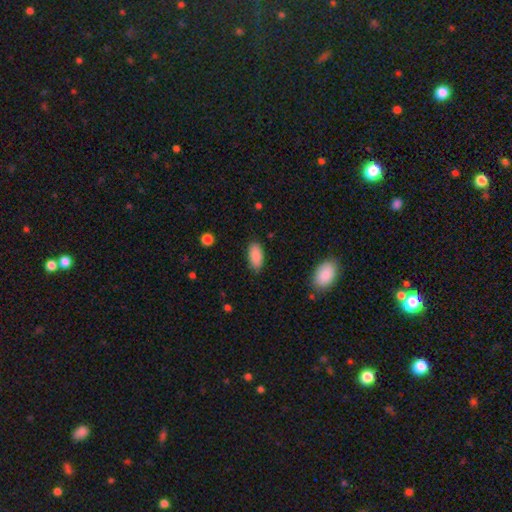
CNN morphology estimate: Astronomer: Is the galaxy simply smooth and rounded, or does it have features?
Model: smooth — 89%.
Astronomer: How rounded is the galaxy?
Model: in between — 92%.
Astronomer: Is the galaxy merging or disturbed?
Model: none — 84%.